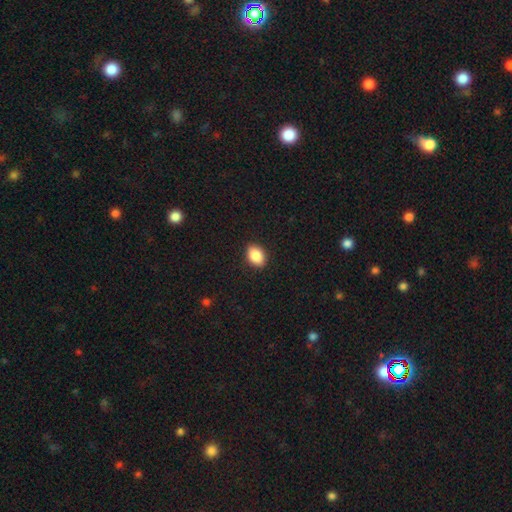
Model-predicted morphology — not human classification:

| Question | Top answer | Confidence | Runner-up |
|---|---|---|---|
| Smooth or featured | smooth | 88% | star or artifact (8%) |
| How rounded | in between | 81% | round (18%) |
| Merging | none | 90% | minor disturbance (7%) |